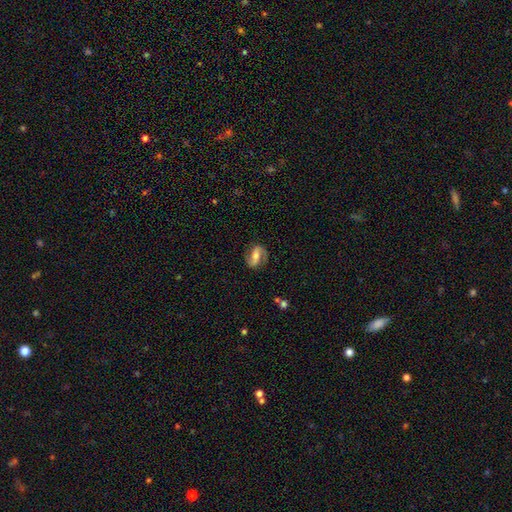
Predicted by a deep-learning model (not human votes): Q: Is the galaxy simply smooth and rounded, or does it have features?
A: featured or disk — 74%.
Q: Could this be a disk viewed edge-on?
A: no — 96%.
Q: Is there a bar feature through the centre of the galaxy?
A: strong — 44%.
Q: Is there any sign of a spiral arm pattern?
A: yes — 92%.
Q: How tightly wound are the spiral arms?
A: medium — 42%.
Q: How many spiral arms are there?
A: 2 — 90%.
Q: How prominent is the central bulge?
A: moderate — 57%.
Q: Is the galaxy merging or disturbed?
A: none — 80%.